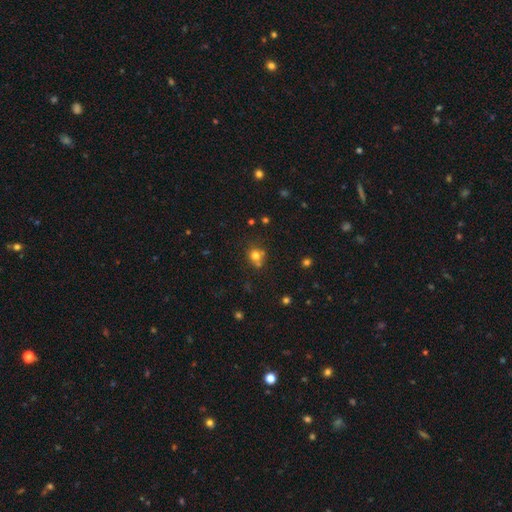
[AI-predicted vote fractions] Morphology: type=smooth (73%); roundness=round (81%); merging=none (57%).